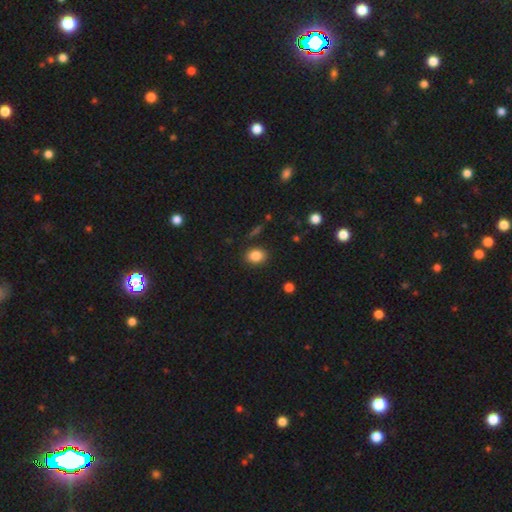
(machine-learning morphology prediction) The model was most divided on "how rounded": in between: 59%, round: 40%, cigar-shaped: 1%. More confident: merging — none (86%); smooth or featured — smooth (85%).